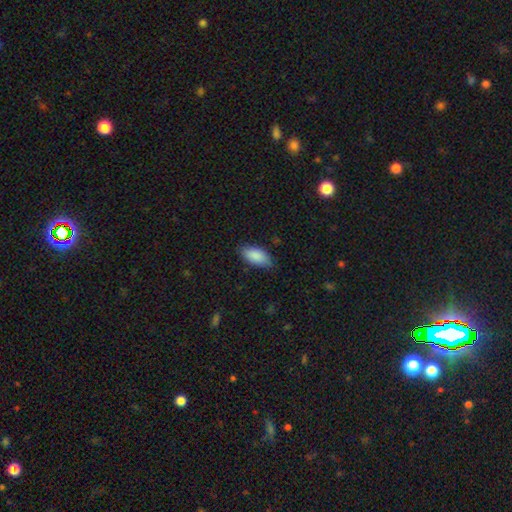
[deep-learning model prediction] Morphology: type=smooth (89%); roundness=in between (90%); merging=none (79%).